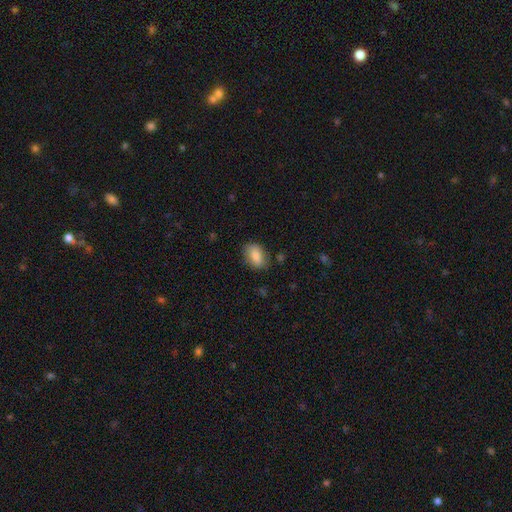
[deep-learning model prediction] Morphology: type=smooth (85%); roundness=in between (85%); merging=none (80%).